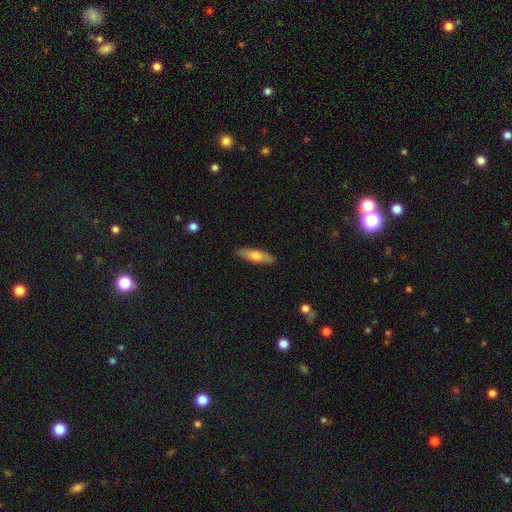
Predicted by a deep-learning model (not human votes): Morphology: type=smooth (69%); roundness=cigar-shaped (61%); merging=none (89%).